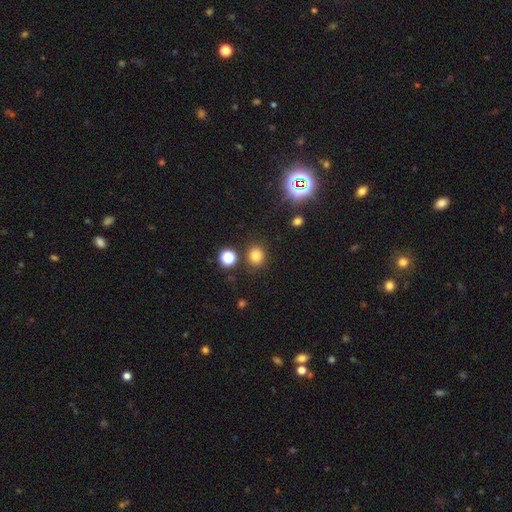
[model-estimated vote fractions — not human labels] Overall: smooth (77%). How rounded: round (80%). Merging: none (83%).